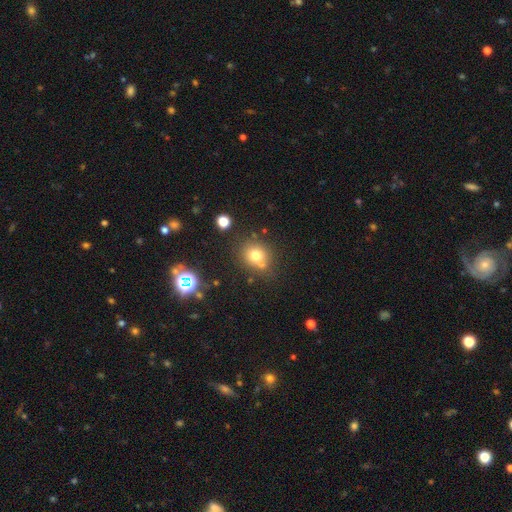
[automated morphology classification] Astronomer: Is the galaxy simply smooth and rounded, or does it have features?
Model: smooth — 72%.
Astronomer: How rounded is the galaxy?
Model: round — 79%.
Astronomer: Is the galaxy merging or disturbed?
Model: none — 62%.